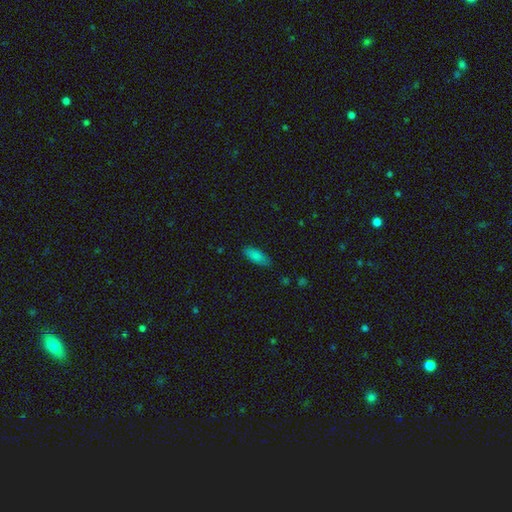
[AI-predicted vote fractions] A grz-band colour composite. It shows a smooth galaxy with no disk features (85%) that is in between round and cigar-shaped (74%). Merging: none (82%).